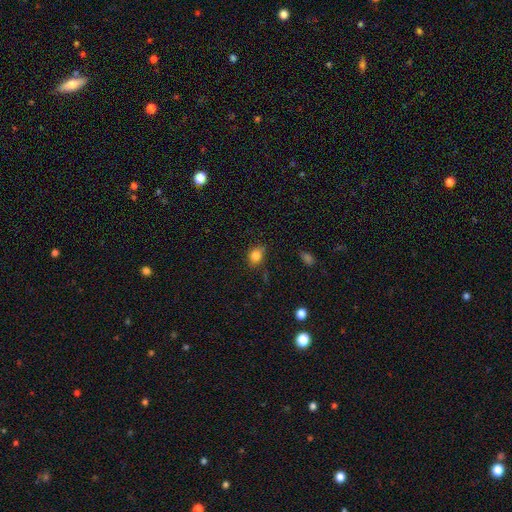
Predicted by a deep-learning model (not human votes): smooth_or_featured: smooth (p=0.83) [alt: star or artifact p=0.11]
how_rounded: in between (p=0.54) [alt: round p=0.44]
merging: none (p=0.73) [alt: minor disturbance p=0.20]